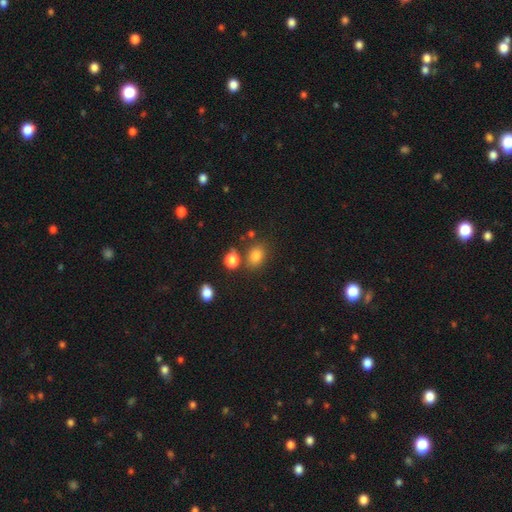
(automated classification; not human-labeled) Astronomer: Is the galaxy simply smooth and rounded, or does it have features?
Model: smooth — 81%.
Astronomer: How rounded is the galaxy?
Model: in between — 58% (runner-up: round, 41%).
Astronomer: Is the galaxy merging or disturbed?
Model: none — 73%.